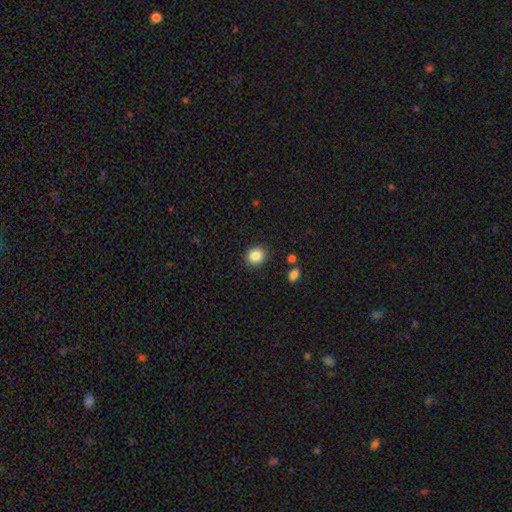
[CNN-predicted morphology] type=smooth (85%); roundness=round (75%); merging=none (88%).